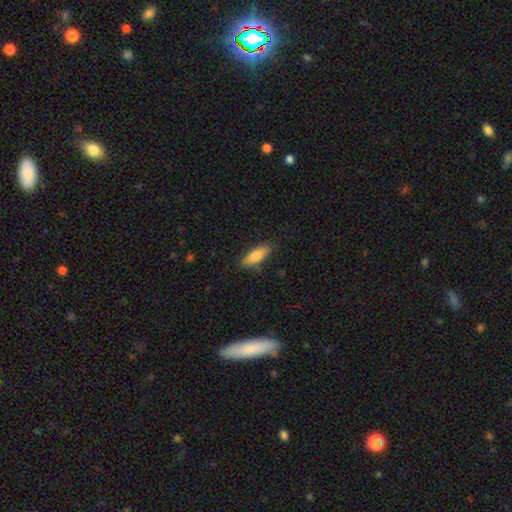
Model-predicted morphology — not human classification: This appears to be a smooth galaxy with no disk features (83%) that is in between round and cigar-shaped (63%). Merging: none (85%).